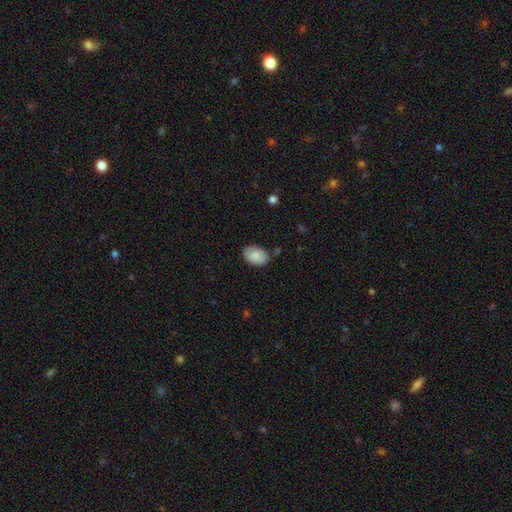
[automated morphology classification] type=smooth (87%); roundness=in between (85%); merging=none (78%).